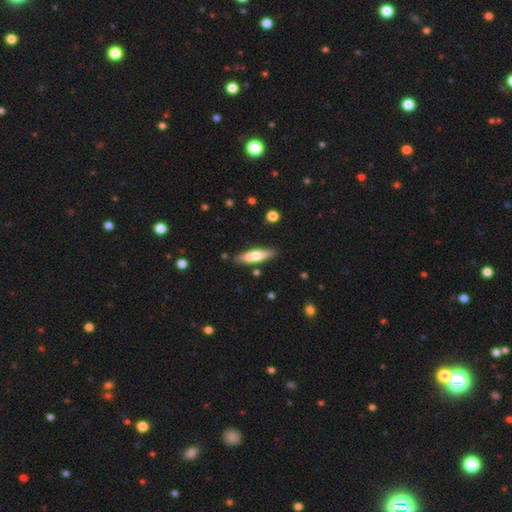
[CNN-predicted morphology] smooth 55%, featured or disk 40%, star or artifact 6%. Down the decision tree: how rounded — cigar-shaped (66%); merging — none (79%).